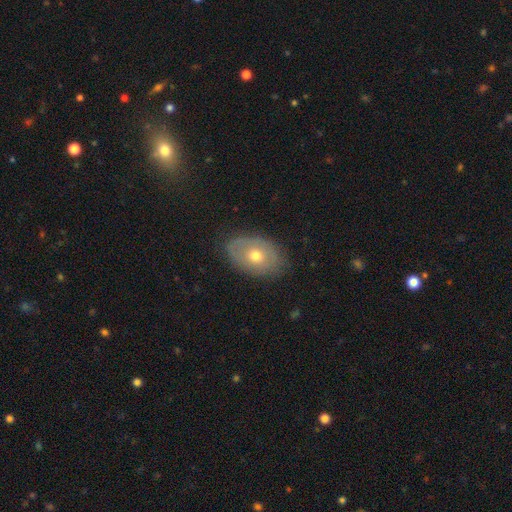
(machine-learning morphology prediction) The model was most divided on "smooth or featured": smooth: 53%, featured or disk: 39%, star or artifact: 8%. More confident: how rounded — in between (83%); merging — none (78%).